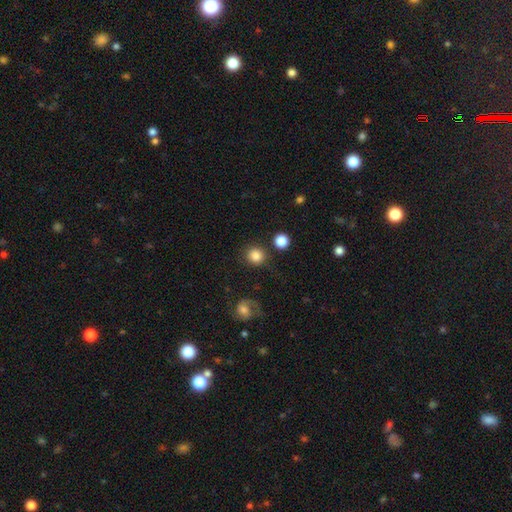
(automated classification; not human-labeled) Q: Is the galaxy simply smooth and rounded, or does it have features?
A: smooth — 85%.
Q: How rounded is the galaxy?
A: round — 91%.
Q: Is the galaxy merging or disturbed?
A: none — 82%.